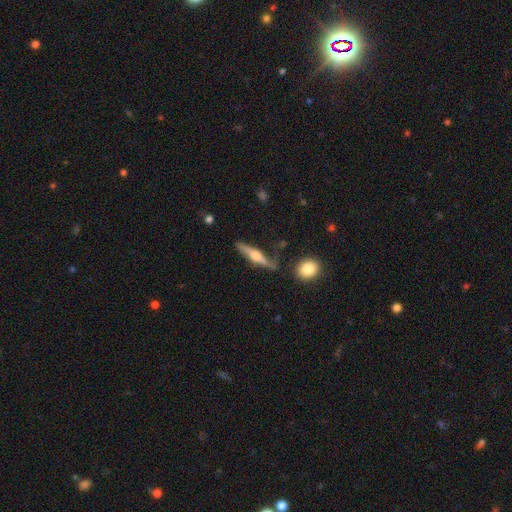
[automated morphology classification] Smooth or featured? Predicted: featured or disk (p=0.66). Edge-on disk? Predicted: yes (p=0.93). Edge-on bulge? Predicted: rounded (p=0.87). Merging? Predicted: none (p=0.76).